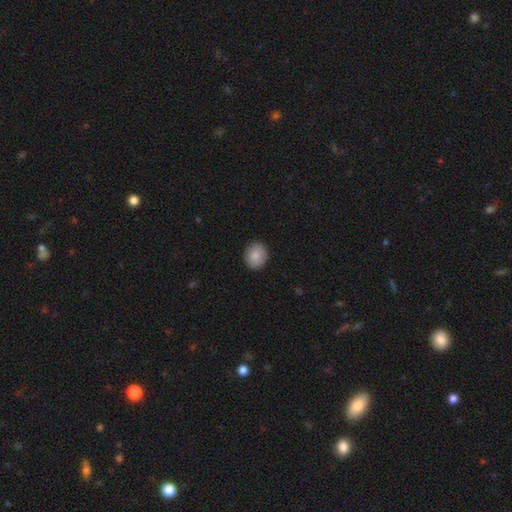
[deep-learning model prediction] smooth-or-featured: smooth: 87% | star or artifact: 7% | featured or disk: 6%
  how-rounded: round: 60% | in between: 39% | cigar-shaped: 1%
  merging: none: 90% | minor disturbance: 8% | major disturbance: 2% | merger: 1%